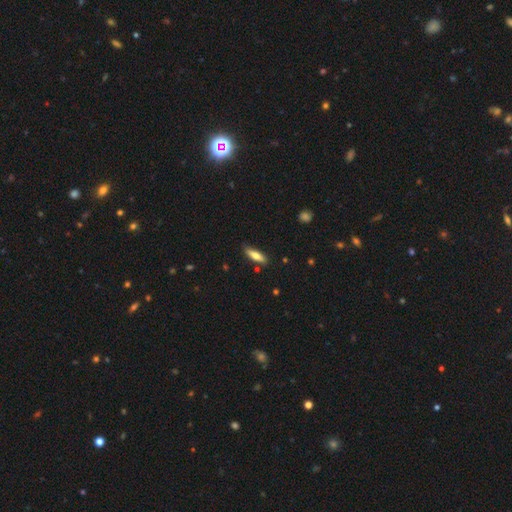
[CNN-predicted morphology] Smooth or featured? Predicted: smooth (p=0.68). How rounded? Predicted: cigar-shaped (p=0.63). Merging? Predicted: none (p=0.84).